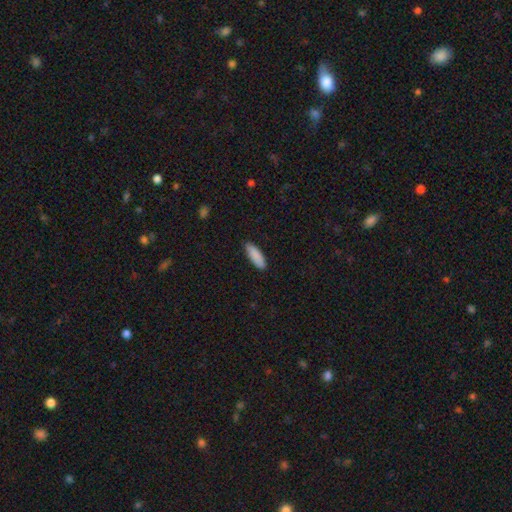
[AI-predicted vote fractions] smooth 89%, star or artifact 6%, featured or disk 6%. Down the decision tree: how rounded — in between (65%); merging — none (84%).